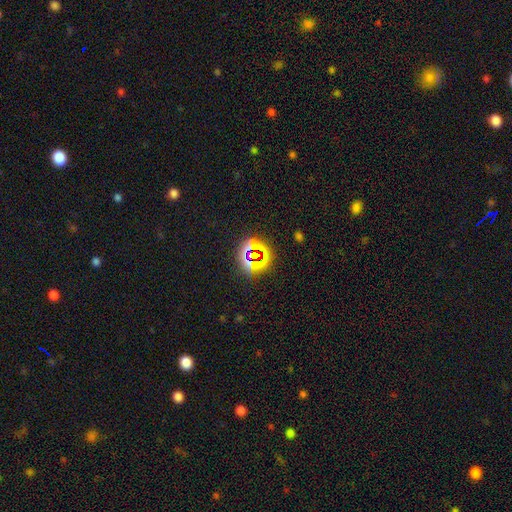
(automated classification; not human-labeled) smooth-or-featured: star or artifact: 70% | smooth: 20% | featured or disk: 10%